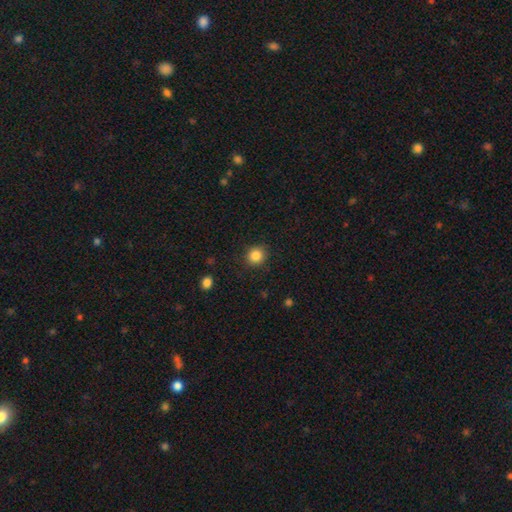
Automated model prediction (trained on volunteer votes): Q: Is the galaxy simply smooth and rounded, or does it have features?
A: smooth — 85%.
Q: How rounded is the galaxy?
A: round — 87%.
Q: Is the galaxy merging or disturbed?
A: none — 88%.